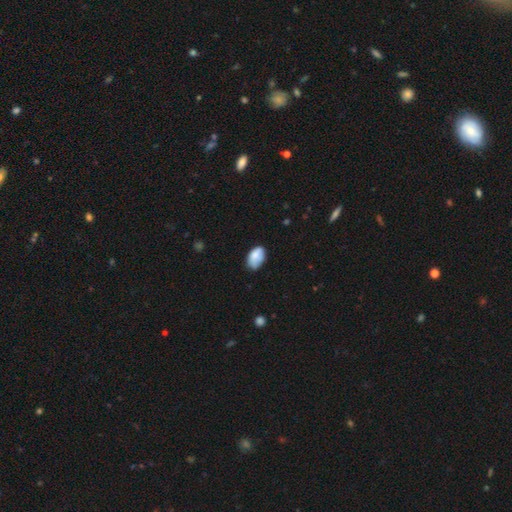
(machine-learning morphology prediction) smooth 81%, featured or disk 12%, star or artifact 7%. Down the decision tree: how rounded — in between (91%); merging — none (60%).